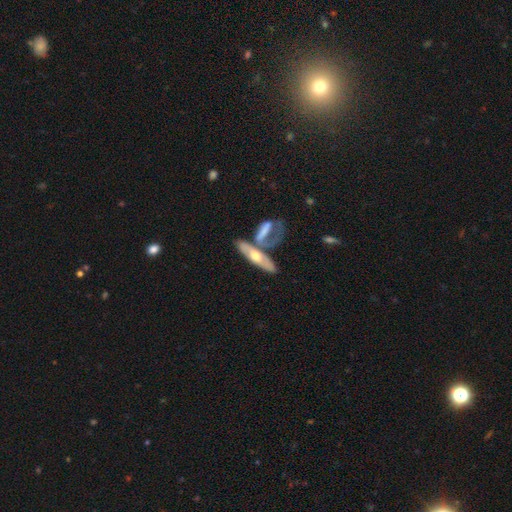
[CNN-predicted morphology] smooth-or-featured: featured or disk: 54% | smooth: 41% | star or artifact: 6%
  disk-edge-on: yes: 50% (tied) | no: 50% (tied)
  merging: none: 39% | merger: 35% | minor disturbance: 15% | major disturbance: 11%